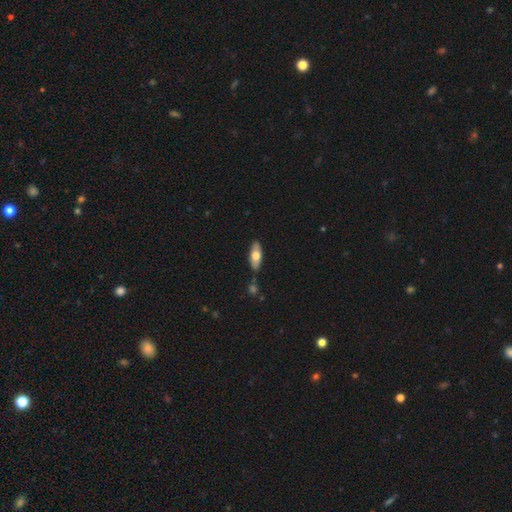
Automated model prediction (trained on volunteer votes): This appears to be a smooth galaxy with no disk features (63%) that is in between round and cigar-shaped (73%). Merging: none (79%).